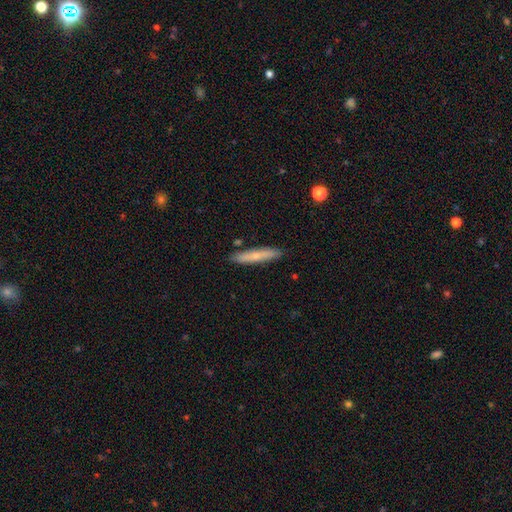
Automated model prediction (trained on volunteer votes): smooth_or_featured: smooth (p=0.61) [alt: featured or disk p=0.32]
how_rounded: cigar-shaped (p=0.91) [alt: in between p=0.07]
merging: none (p=0.87) [alt: minor disturbance p=0.09]